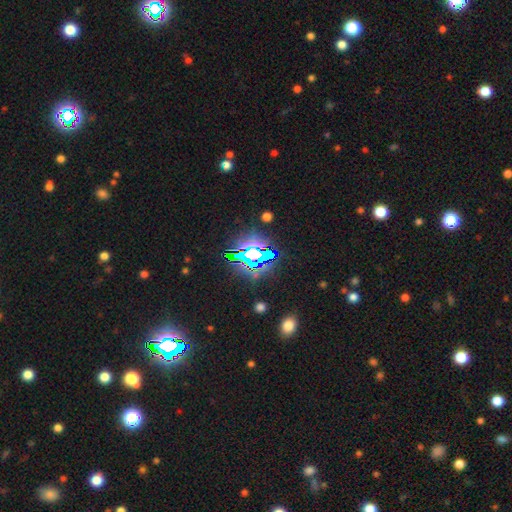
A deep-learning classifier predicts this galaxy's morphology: Q: Smooth or featured?
A: star or artifact (76%); runner-up: smooth (13%)